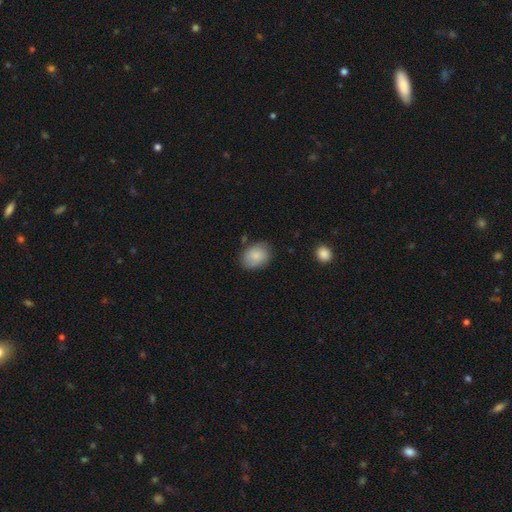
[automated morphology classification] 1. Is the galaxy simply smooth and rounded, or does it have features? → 79% smooth, 14% featured or disk, 7% star or artifact.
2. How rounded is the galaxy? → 64% in between, 34% round, 1% cigar-shaped.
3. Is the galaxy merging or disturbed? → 75% none, 18% minor disturbance, 4% major disturbance, 2% merger.